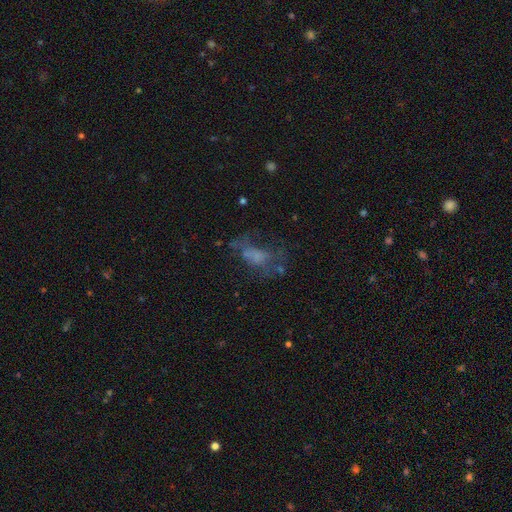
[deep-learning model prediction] Smooth or featured? featured or disk (39%, tied with smooth)
Merging? major disturbance (38%)